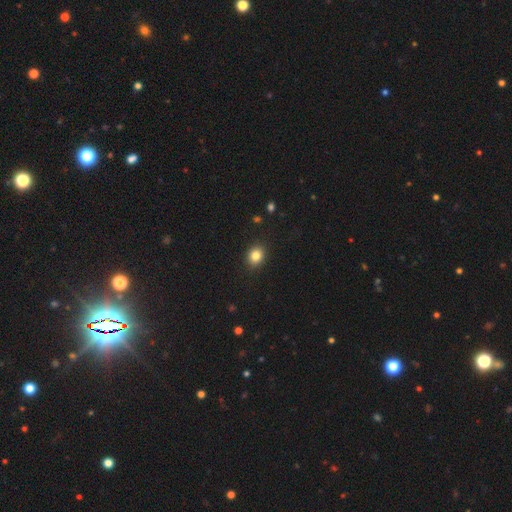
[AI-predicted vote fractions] The model was most divided on "how rounded": round: 66%, in between: 33%, cigar-shaped: 1%. More confident: merging — none (90%); smooth or featured — smooth (83%).